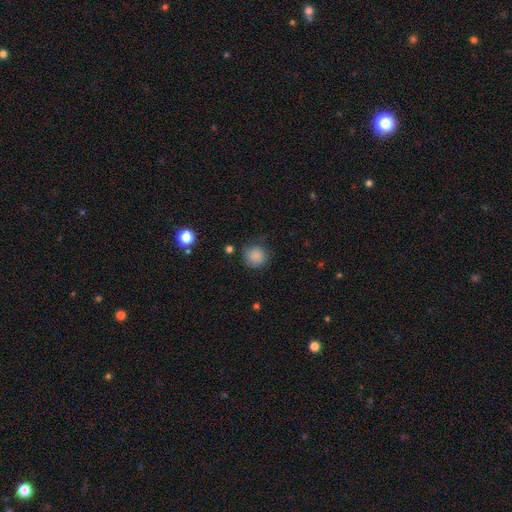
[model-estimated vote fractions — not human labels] smooth-or-featured: smooth: 85% | star or artifact: 10% | featured or disk: 5%
  how-rounded: round: 91% | in between: 8% | cigar-shaped: 1%
  merging: none: 76% | minor disturbance: 17% | major disturbance: 5% | merger: 2%